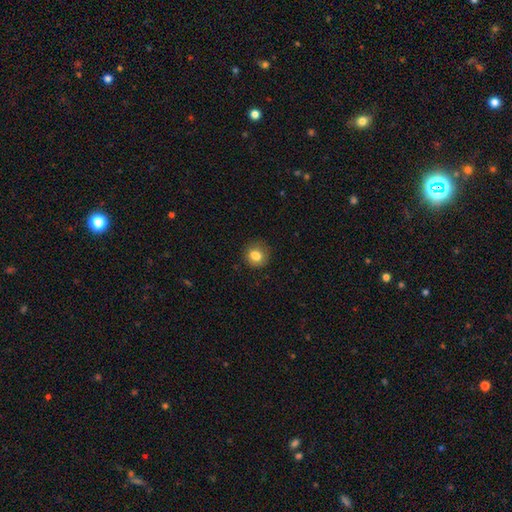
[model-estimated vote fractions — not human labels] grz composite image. It shows a smooth galaxy with no disk features (82%) that is round (83%). Merging: none (85%).